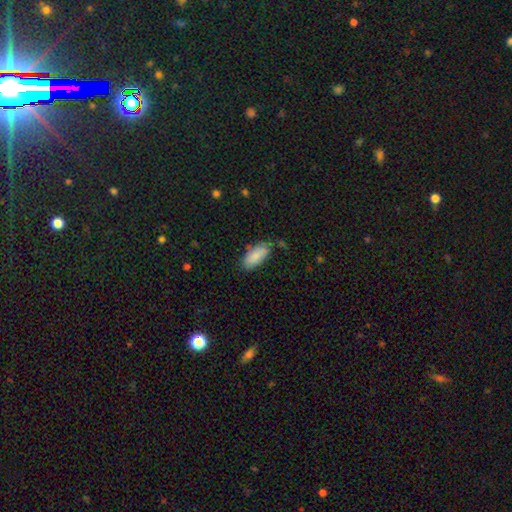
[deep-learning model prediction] Morphology: type=smooth (87%); roundness=in between (87%); merging=none (71%).